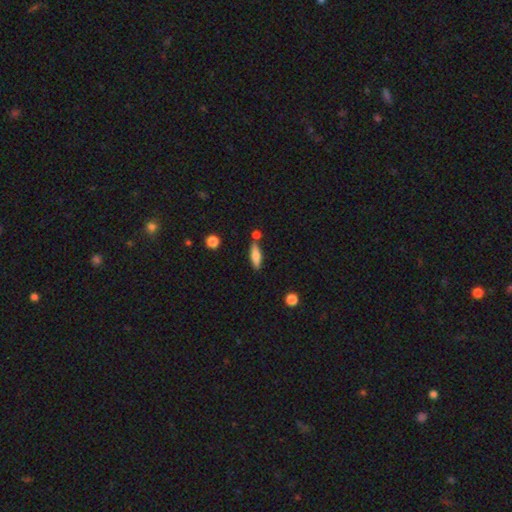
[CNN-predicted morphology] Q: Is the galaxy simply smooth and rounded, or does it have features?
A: smooth — 65%.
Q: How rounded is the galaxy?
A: cigar-shaped — 57%.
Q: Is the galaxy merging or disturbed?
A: none — 75%.